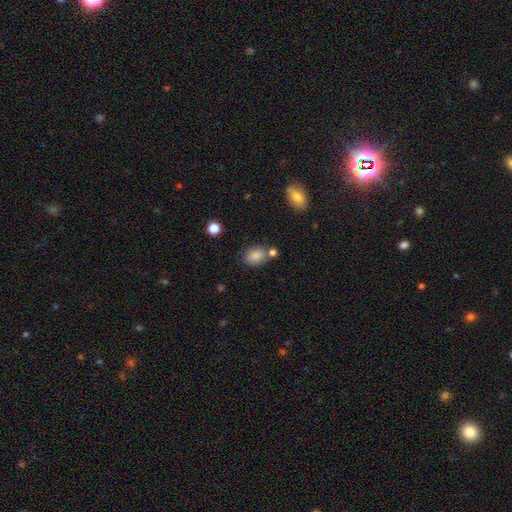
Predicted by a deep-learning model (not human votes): Smooth or featured: smooth — 84% (star or artifact — 9%)
How rounded: in between — 58% (round — 41%)
Merging: none — 64% (merger — 16%)